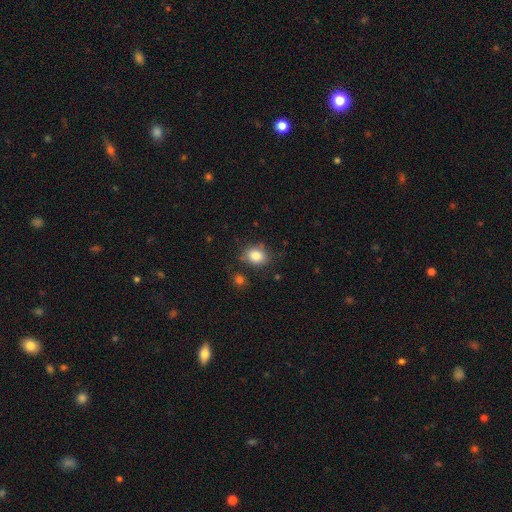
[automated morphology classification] A smooth galaxy with no disk features (84%) that is in between round and cigar-shaped (52%).

Vote fractions:
- Smooth or featured? smooth: 84% / star or artifact: 9% / featured or disk: 7%
- How rounded? in between: 52% / round: 47% / cigar-shaped: 1%
- Merging? none: 75% / minor disturbance: 16% / major disturbance: 4% / merger: 4%